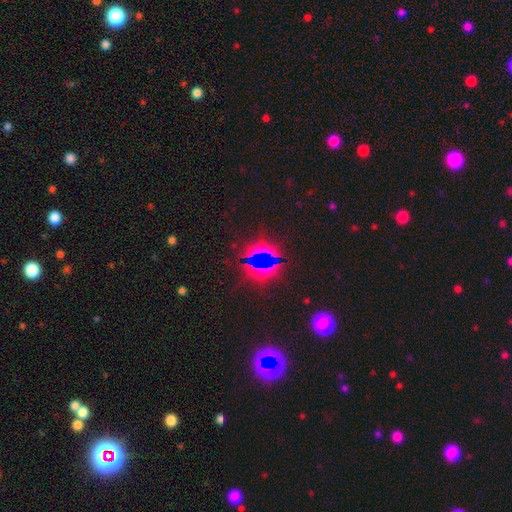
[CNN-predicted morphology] Smooth or featured: star or artifact — 72% (smooth — 14%)